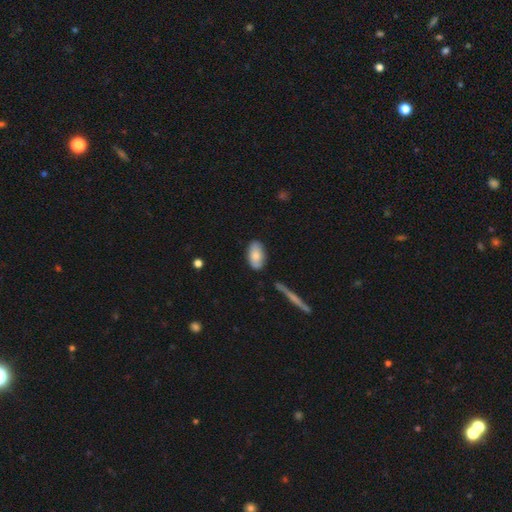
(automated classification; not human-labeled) Smooth or featured? smooth (77%)
How rounded? in between (93%)
Merging? none (80%)